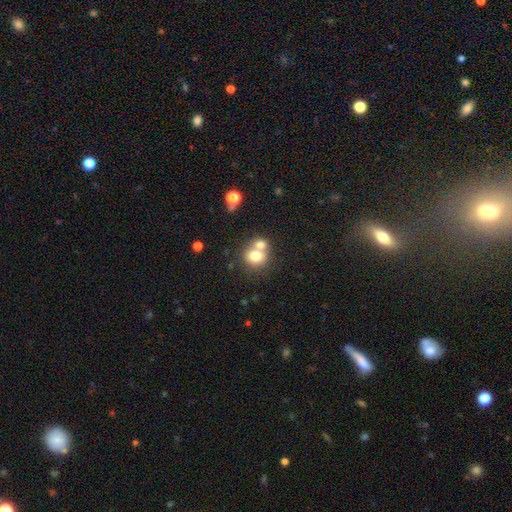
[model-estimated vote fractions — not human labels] Overall: smooth (73%). How rounded: round (76%). Merging: merger (53%; none 37%).